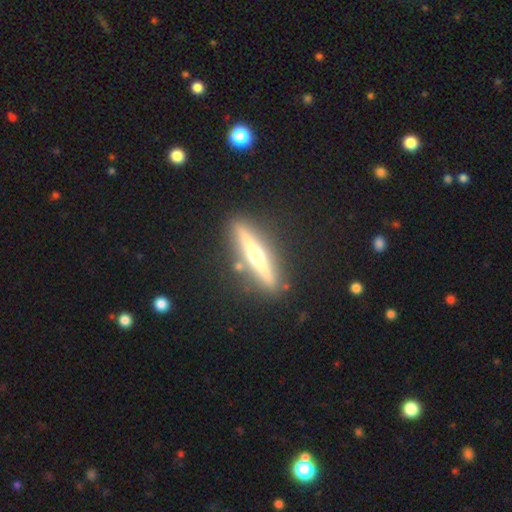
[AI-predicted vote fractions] Smooth or featured? featured or disk (76%)
Edge-on disk? yes (96%)
Edge-on bulge? rounded (92%)
Merging? none (89%)